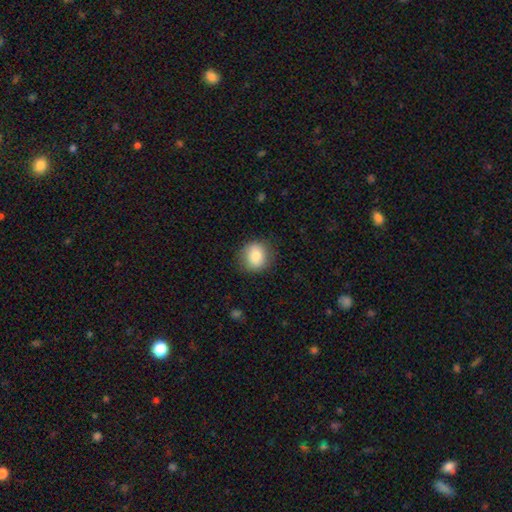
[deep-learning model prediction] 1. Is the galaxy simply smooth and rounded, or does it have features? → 81% smooth, 10% featured or disk, 8% star or artifact.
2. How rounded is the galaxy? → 84% round, 15% in between, 1% cigar-shaped.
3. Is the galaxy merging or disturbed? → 84% none, 11% minor disturbance, 3% major disturbance, 1% merger.